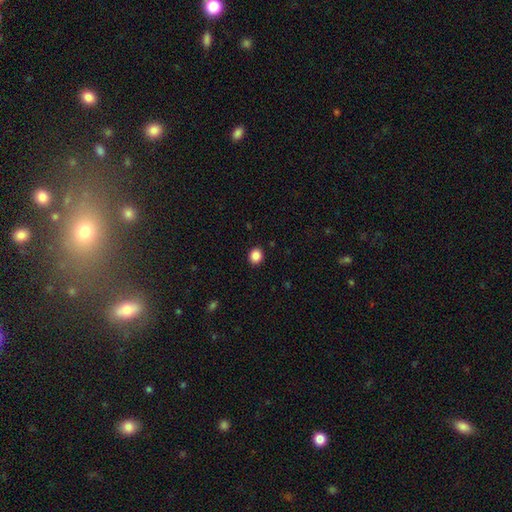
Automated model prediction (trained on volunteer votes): smooth-or-featured: smooth: 88% | star or artifact: 10% | featured or disk: 3%
  how-rounded: round: 79% | in between: 20% | cigar-shaped: 1%
  merging: none: 92% | minor disturbance: 6% | major disturbance: 2% | merger: 1%